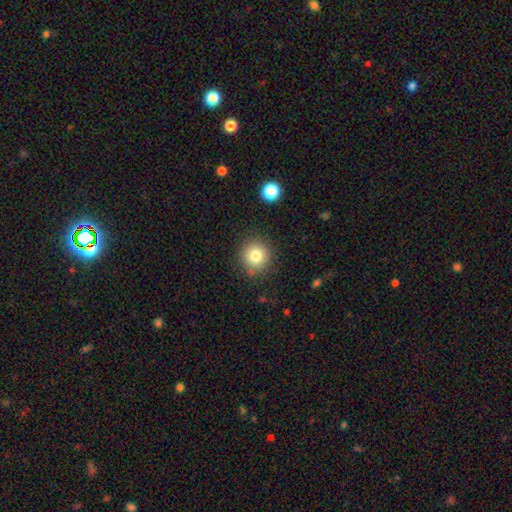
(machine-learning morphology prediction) Smooth or featured: smooth — 81% (star or artifact — 11%)
How rounded: round — 92% (in between — 7%)
Merging: none — 86% (minor disturbance — 9%)